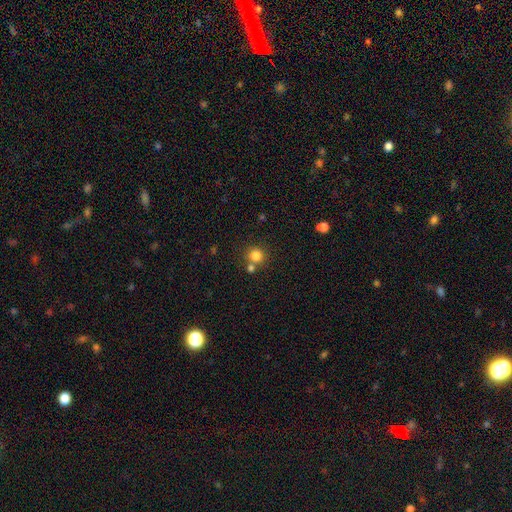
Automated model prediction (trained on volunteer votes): Smooth or featured? smooth (81%)
How rounded? round (91%)
Merging? none (70%)